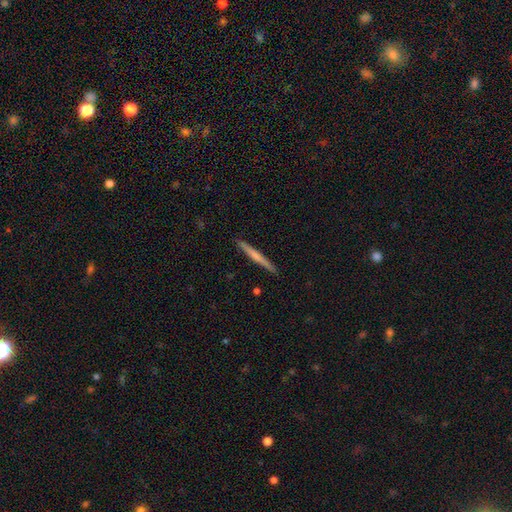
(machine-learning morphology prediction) Smooth or featured? Predicted: smooth (p=0.54). How rounded? Predicted: cigar-shaped (p=0.97). Merging? Predicted: none (p=0.91).